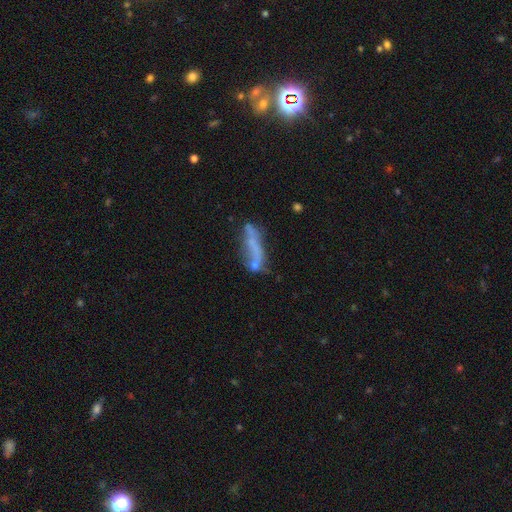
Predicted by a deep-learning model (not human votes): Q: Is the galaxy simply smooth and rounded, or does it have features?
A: featured or disk — 48%.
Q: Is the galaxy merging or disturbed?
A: none — 34%.